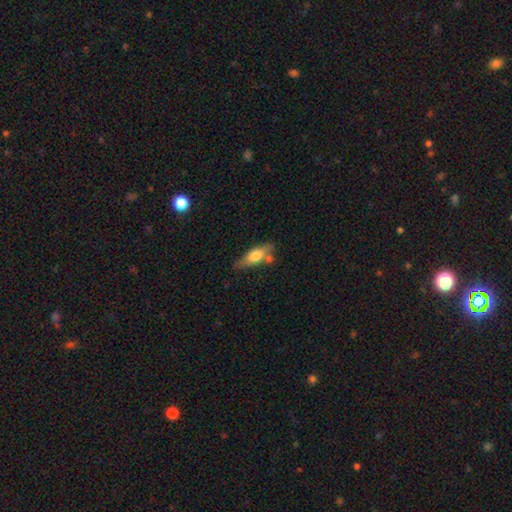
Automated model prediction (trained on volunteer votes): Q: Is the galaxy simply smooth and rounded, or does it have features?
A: smooth — 57%.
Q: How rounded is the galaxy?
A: in between — 58%.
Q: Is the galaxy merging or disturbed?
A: none — 60%.